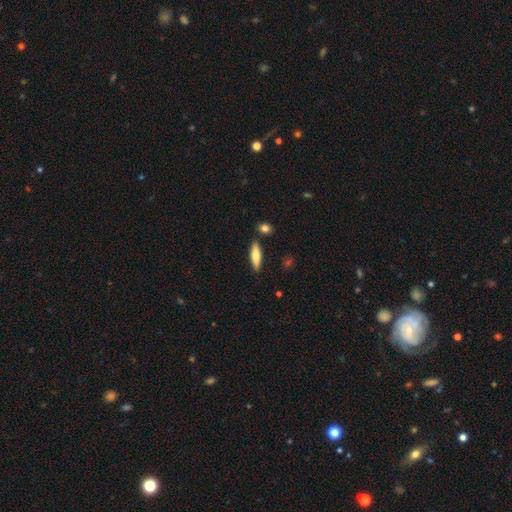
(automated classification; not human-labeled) Q: Smooth or featured?
A: smooth (68%); runner-up: featured or disk (26%)
Q: How rounded?
A: cigar-shaped (64%); runner-up: in between (34%)
Q: Merging?
A: none (84%); runner-up: minor disturbance (9%)